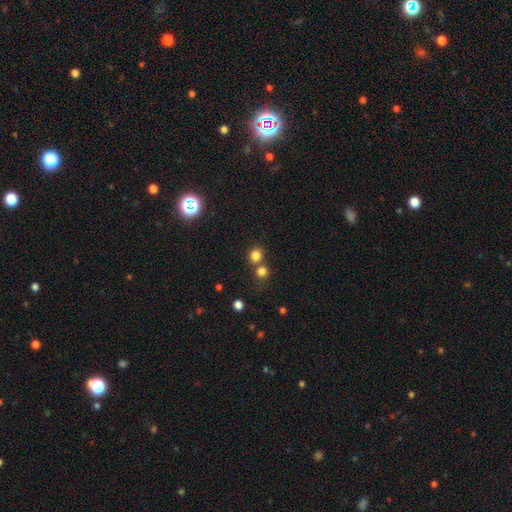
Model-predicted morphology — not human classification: Smooth or featured: smooth — 79% (star or artifact — 15%)
How rounded: round — 85% (in between — 14%)
Merging: none — 61% (merger — 28%)